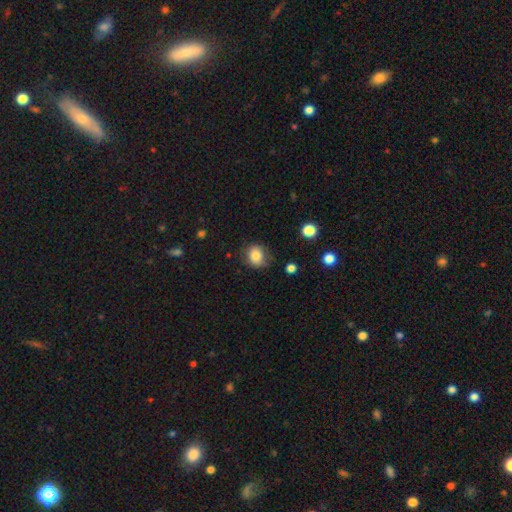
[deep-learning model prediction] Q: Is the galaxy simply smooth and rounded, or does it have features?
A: smooth — 81%.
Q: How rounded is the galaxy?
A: round — 69%.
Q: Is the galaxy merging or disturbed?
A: none — 73%.